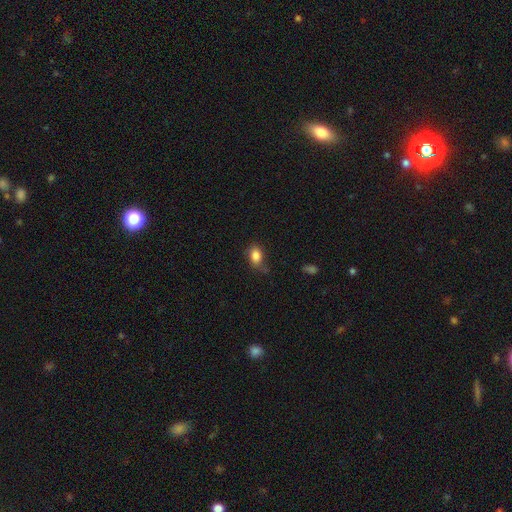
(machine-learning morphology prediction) A smooth galaxy with no disk features (85%) that is in between round and cigar-shaped (77%).

Vote fractions:
- Smooth or featured? smooth: 85% / star or artifact: 9% / featured or disk: 6%
- How rounded? in between: 77% / round: 21% / cigar-shaped: 2%
- Merging? none: 65% / minor disturbance: 25% / major disturbance: 7% / merger: 3%